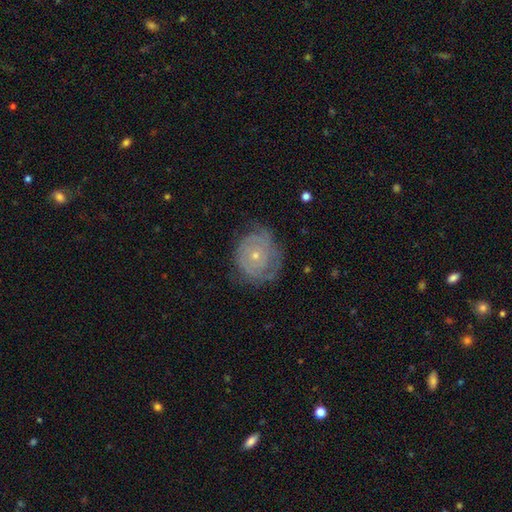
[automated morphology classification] Smooth or featured? featured or disk (67%)
Edge-on disk? no (97%)
Bar? no (86%)
Spiral arms? yes (78%)
Spiral winding? tight (72%)
Spiral arm count? can't tell (50%)
Bulge size? small (71%)
Merging? none (67%)